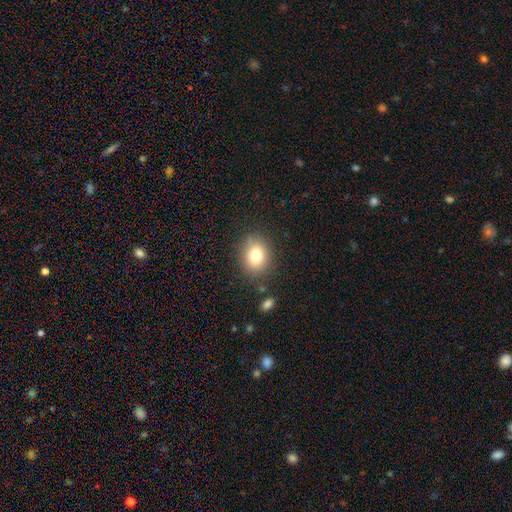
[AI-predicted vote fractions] A smooth galaxy with no disk features (78%) that is round (56%).

Vote fractions:
- Smooth or featured? smooth: 78% / star or artifact: 11% / featured or disk: 11%
- How rounded? round: 56% / in between: 42% / cigar-shaped: 1%
- Merging? none: 81% / minor disturbance: 12% / major disturbance: 4% / merger: 3%